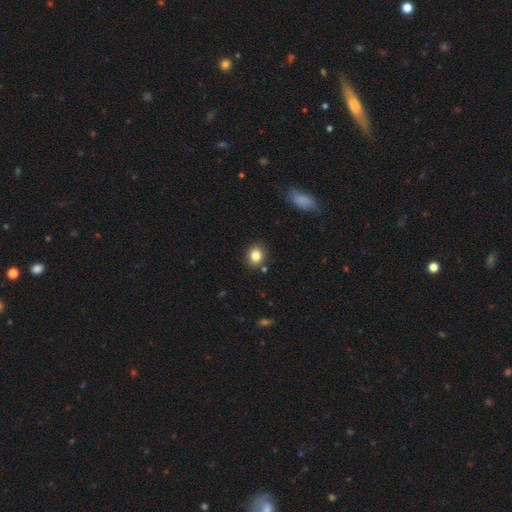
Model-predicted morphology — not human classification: Smooth or featured?
  - smooth: 83% *
  - star or artifact: 11%
  - featured or disk: 7%
How rounded?
  - round: 72% *
  - in between: 27%
  - cigar-shaped: 1%
Merging?
  - none: 85% *
  - minor disturbance: 9%
  - merger: 3%
  - major disturbance: 2%